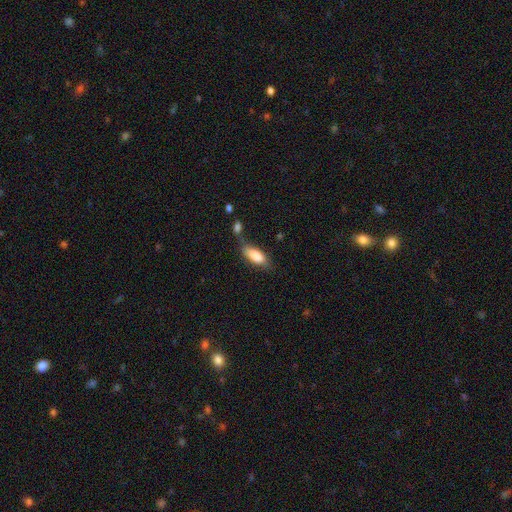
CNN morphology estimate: smooth_or_featured: smooth (p=0.83) [alt: featured or disk p=0.11]
how_rounded: in between (p=0.80) [alt: cigar-shaped p=0.18]
merging: none (p=0.50) [alt: minor disturbance p=0.24]